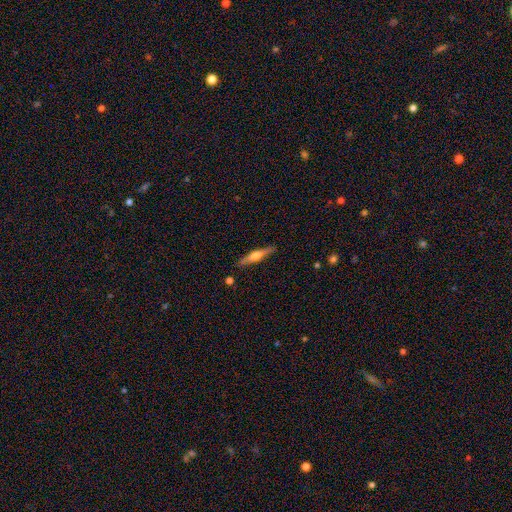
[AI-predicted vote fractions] featured or disk 64%, smooth 30%, star or artifact 6%. Down the decision tree: edge-on disk — yes (97%); edge-on bulge — rounded (90%); merging — none (88%).